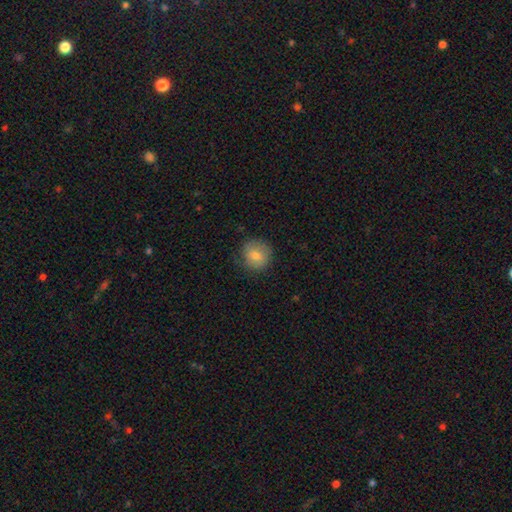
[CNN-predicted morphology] A smooth galaxy with no disk features (73%) that is round (89%). Merging: none (83%).